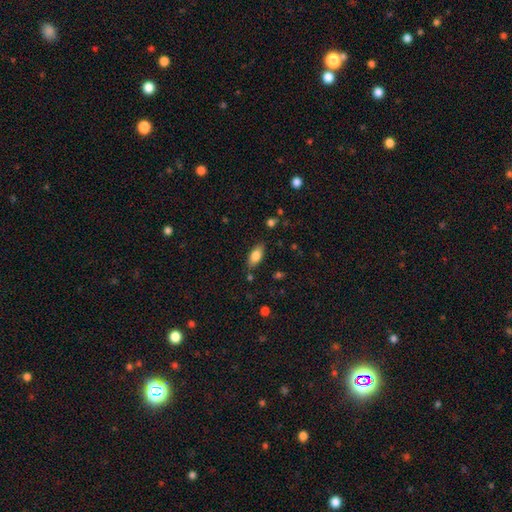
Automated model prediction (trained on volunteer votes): smooth_or_featured: smooth (p=0.80) [alt: featured or disk p=0.12]
how_rounded: in between (p=0.87) [alt: cigar-shaped p=0.10]
merging: none (p=0.81) [alt: minor disturbance p=0.13]